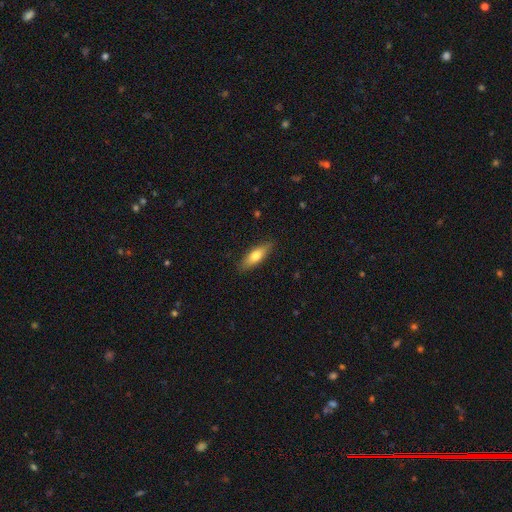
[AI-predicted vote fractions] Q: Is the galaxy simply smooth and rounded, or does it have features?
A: smooth — 69%.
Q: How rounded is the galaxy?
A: in between — 50%.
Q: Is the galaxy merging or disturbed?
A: none — 87%.